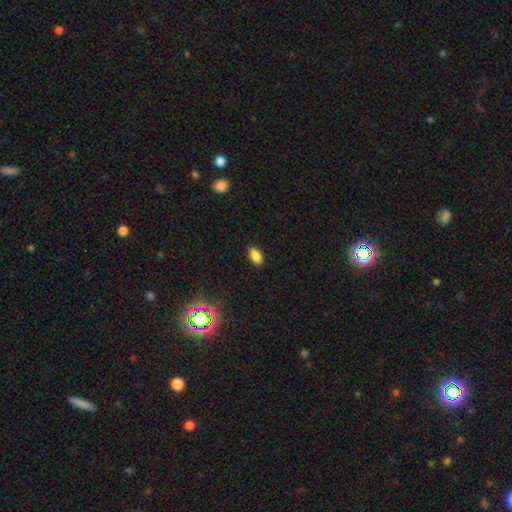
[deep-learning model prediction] A smooth galaxy with no disk features (84%) that is in between round and cigar-shaped (91%). Merging: none (88%).